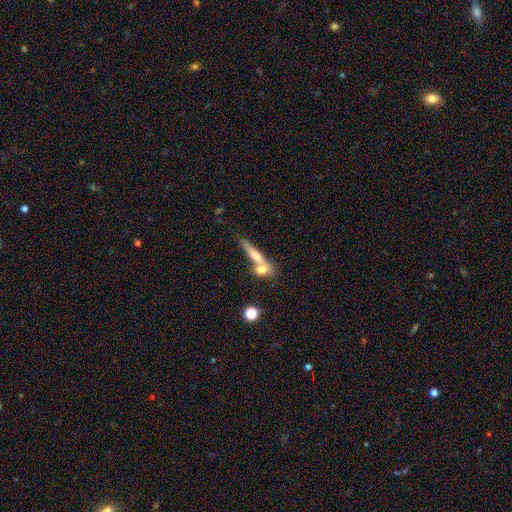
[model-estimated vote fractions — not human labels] This is likely a smooth galaxy (63%). How rounded: likely cigar-shaped (65%). Merging: possibly merger (46%).